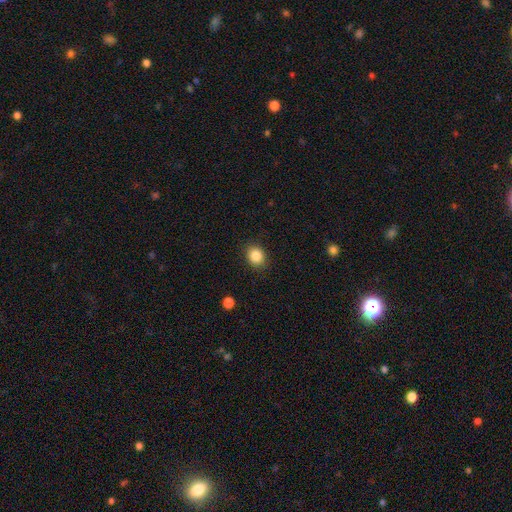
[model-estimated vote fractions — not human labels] smooth-or-featured: smooth: 86% | star or artifact: 10% | featured or disk: 4%
  how-rounded: round: 65% | in between: 35% | cigar-shaped: 1%
  merging: none: 88% | minor disturbance: 8% | major disturbance: 3% | merger: 1%